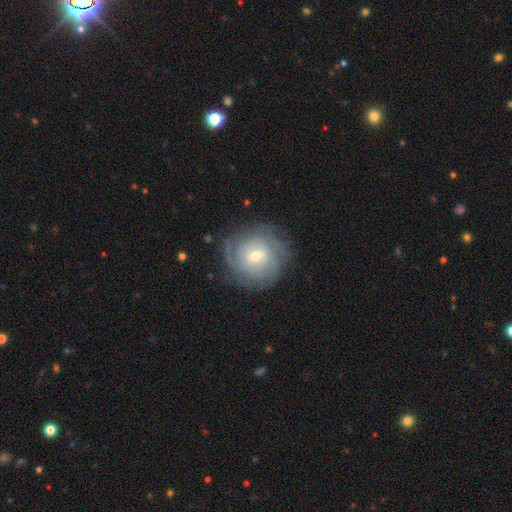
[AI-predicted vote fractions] Smooth or featured: featured or disk — 75% (smooth — 18%)
Edge-on disk: no — 97% (yes — 3%)
Bar: no — 48% (weak — 42%)
Spiral arms: yes — 91% (no — 9%)
Spiral winding: tight — 75% (medium — 19%)
Spiral arm count: can't tell — 42% (2 — 19%)
Bulge size: moderate — 52% (small — 44%)
Merging: none — 79% (minor disturbance — 14%)